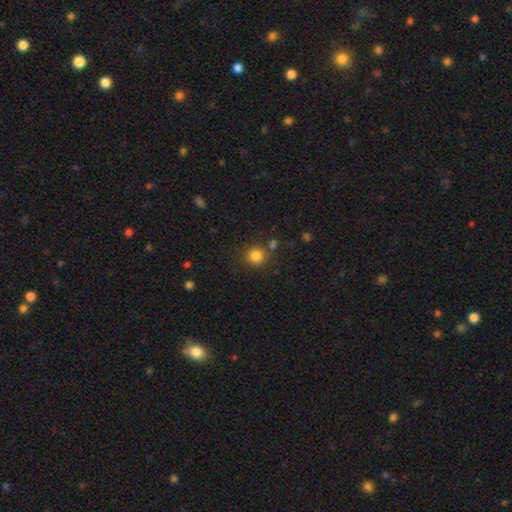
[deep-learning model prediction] Smooth or featured?
  - smooth: 83% *
  - star or artifact: 11%
  - featured or disk: 5%
How rounded?
  - round: 86% *
  - in between: 13%
  - cigar-shaped: 1%
Merging?
  - none: 76% *
  - minor disturbance: 11%
  - merger: 10%
  - major disturbance: 4%